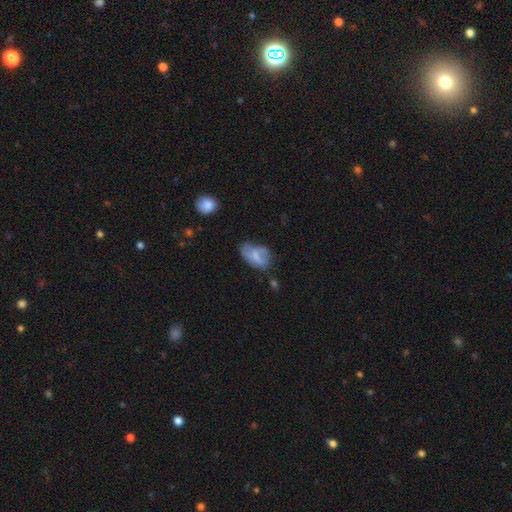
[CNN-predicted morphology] type=smooth (60%); roundness=in between (89%); merging=none (38%).